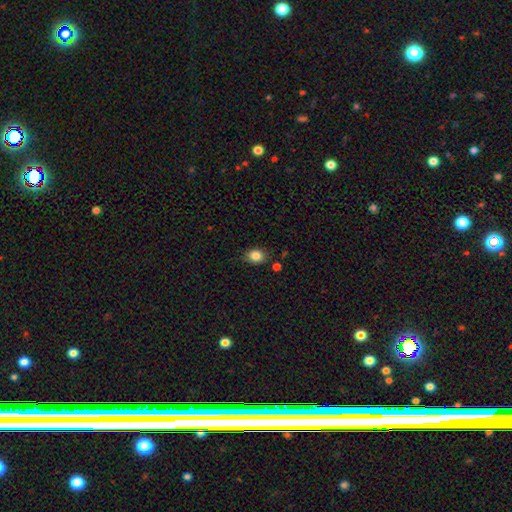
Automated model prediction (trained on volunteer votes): Smooth or featured? smooth (84%)
How rounded? in between (58%)
Merging? none (80%)